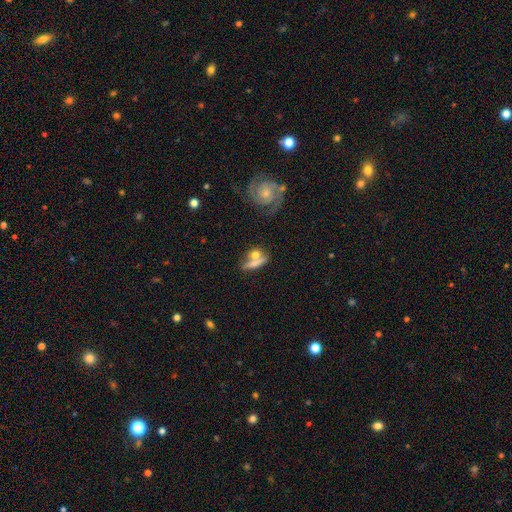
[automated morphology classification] smooth-or-featured: smooth: 53% | featured or disk: 38% | star or artifact: 8%
  how-rounded: cigar-shaped: 41% | in between: 39% | round: 20%
  merging: none: 43% | merger: 37% | minor disturbance: 13% | major disturbance: 7%